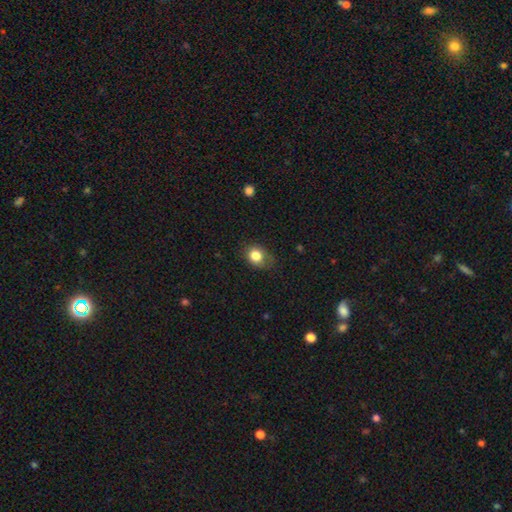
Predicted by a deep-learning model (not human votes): Smooth or featured? smooth (82%)
How rounded? round (53%)
Merging? none (65%)